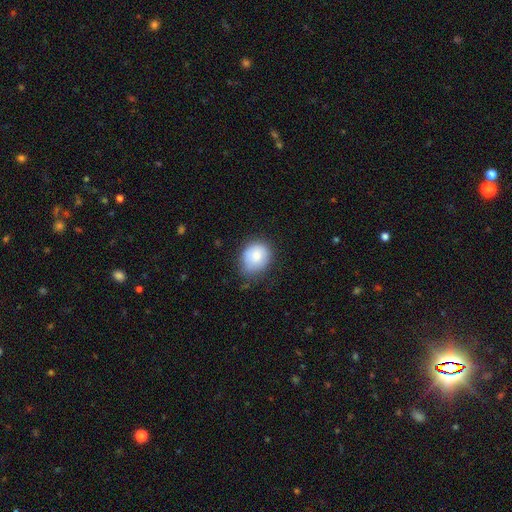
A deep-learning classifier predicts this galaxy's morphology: smooth_or_featured: smooth (p=0.83) [alt: featured or disk p=0.10]
how_rounded: round (p=0.62) [alt: in between p=0.37]
merging: none (p=0.61) [alt: minor disturbance p=0.30]